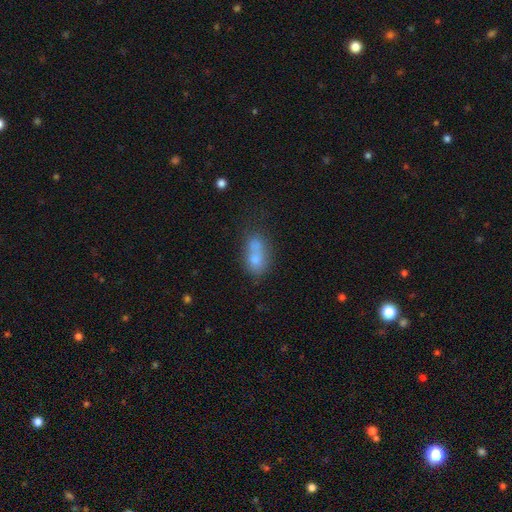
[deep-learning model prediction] smooth 67%, featured or disk 22%, star or artifact 11%. Down the decision tree: how rounded — in between (74%); merging — merger (47%).